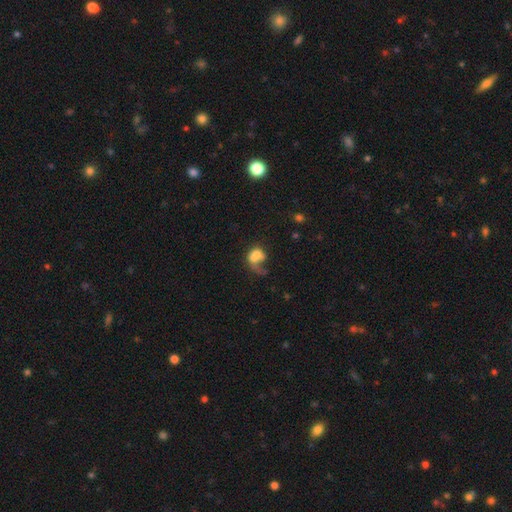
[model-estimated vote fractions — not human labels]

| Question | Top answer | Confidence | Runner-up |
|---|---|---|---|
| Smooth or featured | smooth | 59% | featured or disk (30%) |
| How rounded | in between | 64% | round (35%) |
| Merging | major disturbance | 42% | merger (27%) |